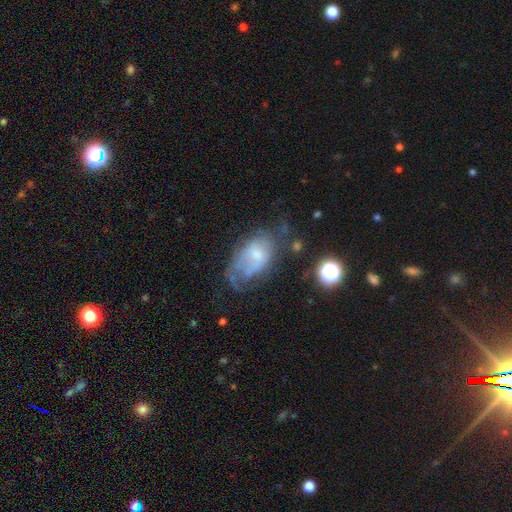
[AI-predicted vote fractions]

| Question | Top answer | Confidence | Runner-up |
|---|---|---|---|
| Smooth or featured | featured or disk | 50% | smooth (39%) |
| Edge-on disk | no | 95% | yes (5%) |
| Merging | major disturbance | 33% | none (32%) |